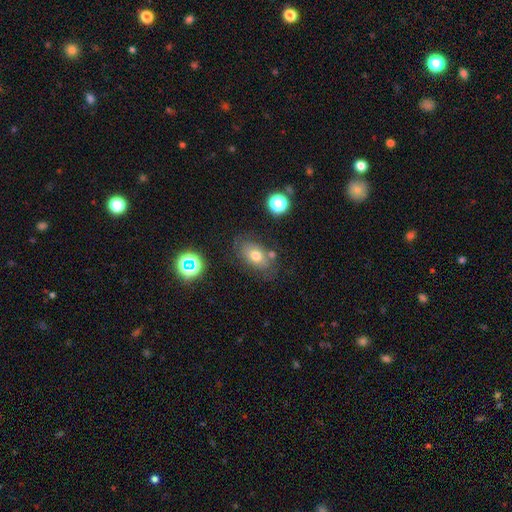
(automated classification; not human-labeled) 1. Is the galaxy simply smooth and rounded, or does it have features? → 66% smooth, 21% featured or disk, 13% star or artifact.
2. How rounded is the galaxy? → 82% in between, 16% round, 2% cigar-shaped.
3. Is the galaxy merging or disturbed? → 69% none, 17% minor disturbance, 7% merger, 7% major disturbance.